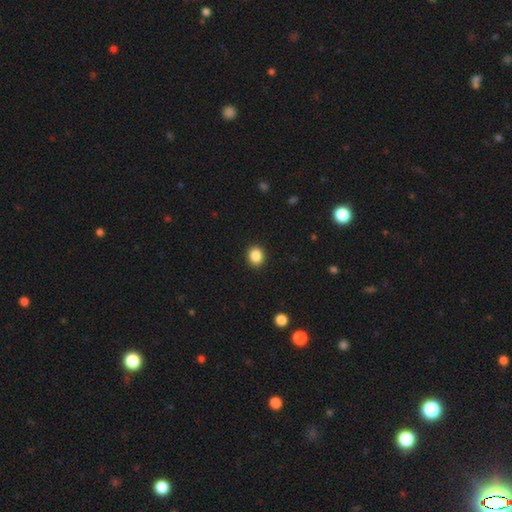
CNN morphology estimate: smooth-or-featured: smooth: 87% | star or artifact: 10% | featured or disk: 3%
  how-rounded: round: 70% | in between: 29% | cigar-shaped: 1%
  merging: none: 92% | minor disturbance: 6% | major disturbance: 2% | merger: 1%